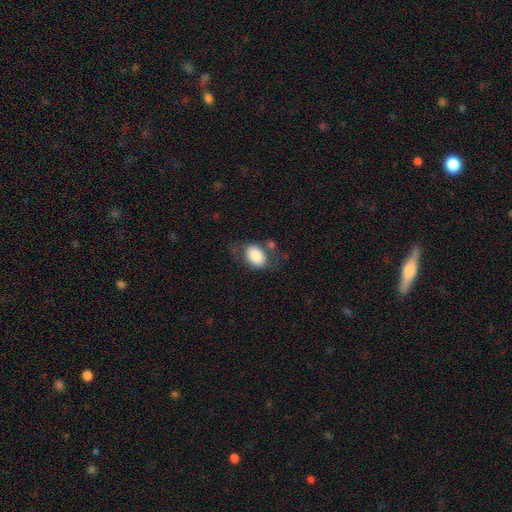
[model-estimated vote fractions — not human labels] Q: Smooth or featured?
A: smooth (81%); runner-up: featured or disk (12%)
Q: How rounded?
A: in between (82%); runner-up: round (16%)
Q: Merging?
A: none (55%); runner-up: minor disturbance (22%)